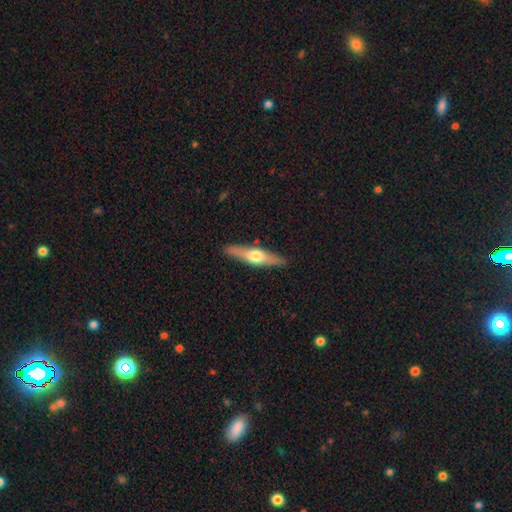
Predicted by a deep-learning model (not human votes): A featured or disk galaxy (53%) viewed edge-on (91%).

Vote fractions:
- Smooth or featured? featured or disk: 53% / smooth: 42% / star or artifact: 5%
- Edge-on disk? yes: 91% / no: 9%
- Merging? none: 88% / minor disturbance: 9% / major disturbance: 2% / merger: 1%